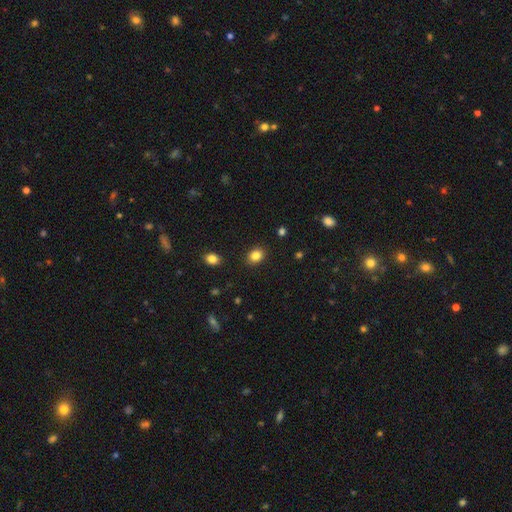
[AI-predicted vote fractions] This appears to be a smooth galaxy with no disk features (84%) that is in between round and cigar-shaped (52%). Merging: none (88%).